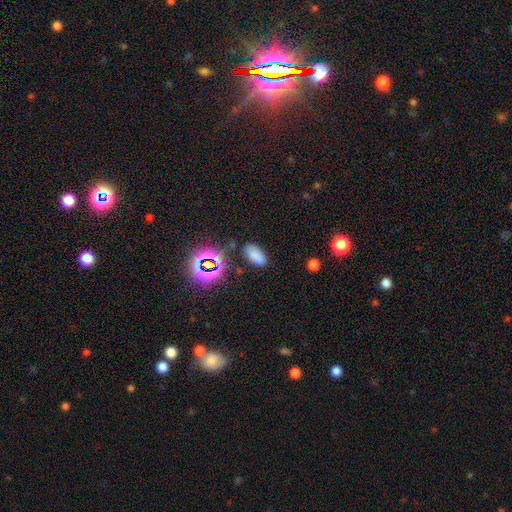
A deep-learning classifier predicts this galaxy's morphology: smooth 72%, star or artifact 21%, featured or disk 7%. Down the decision tree: how rounded — in between (91%); merging — none (78%).